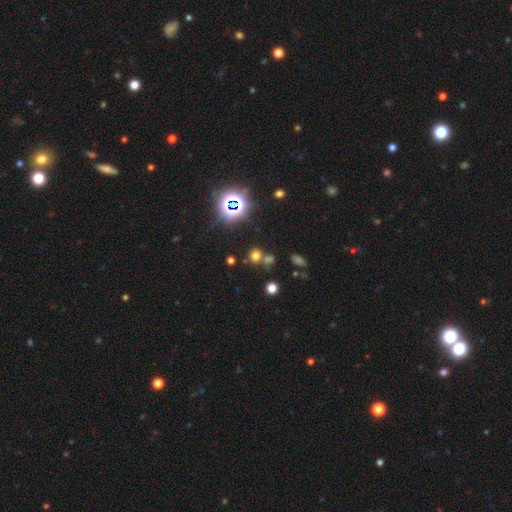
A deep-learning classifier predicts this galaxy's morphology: A smooth galaxy with no disk features (57%) that is round (82%). Merging: none (64%).